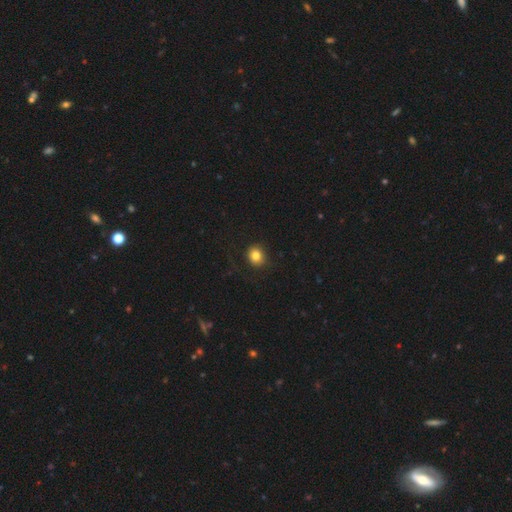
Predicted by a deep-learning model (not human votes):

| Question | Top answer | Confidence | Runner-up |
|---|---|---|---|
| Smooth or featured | smooth | 83% | star or artifact (10%) |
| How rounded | round | 78% | in between (21%) |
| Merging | none | 86% | minor disturbance (10%) |